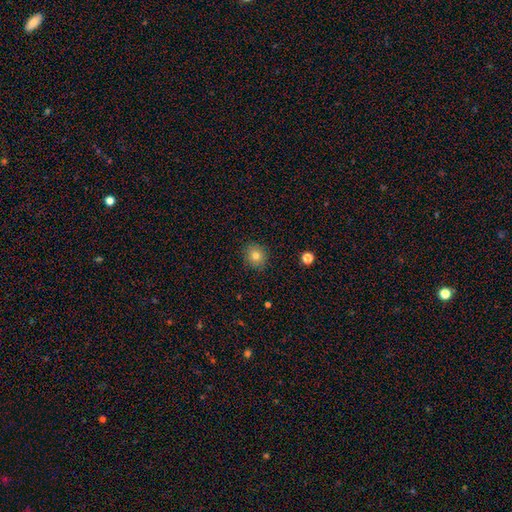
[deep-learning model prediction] A smooth galaxy with no disk features (79%) that is round (83%).

Vote fractions:
- Smooth or featured? smooth: 79% / star or artifact: 12% / featured or disk: 9%
- How rounded? round: 83% / in between: 16% / cigar-shaped: 1%
- Merging? none: 89% / minor disturbance: 8% / major disturbance: 2% / merger: 1%